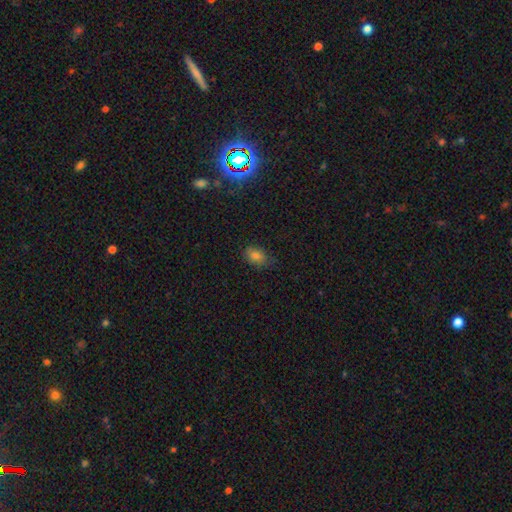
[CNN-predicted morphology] A smooth galaxy with no disk features (72%) that is in between round and cigar-shaped (80%). Merging: none (75%).